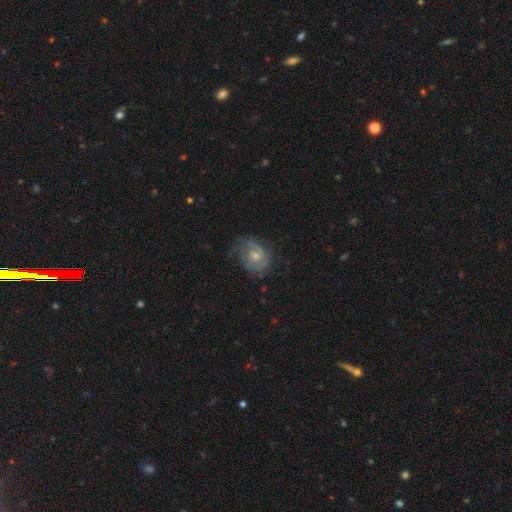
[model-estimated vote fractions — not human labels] smooth_or_featured: featured or disk (p=0.77) [alt: smooth p=0.16]
disk_edge_on: no (p=0.98) [alt: yes p=0.02]
bar: no (p=0.67) [alt: weak p=0.29]
has_spiral_arms: yes (p=0.91) [alt: no p=0.09]
spiral_winding: tight (p=0.55) [alt: medium p=0.34]
spiral_arm_count: 2 (p=0.57) [alt: can't tell p=0.22]
bulge_size: moderate (p=0.47) [tied with: small p=0.47]
merging: none (p=0.63) [alt: minor disturbance p=0.22]